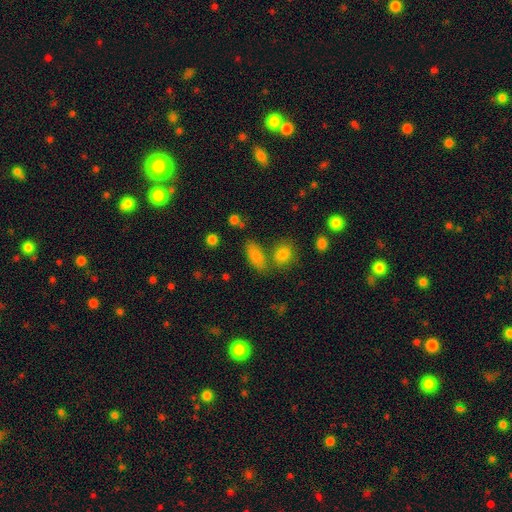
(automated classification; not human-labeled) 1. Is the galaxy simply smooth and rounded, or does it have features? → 83% smooth, 9% star or artifact, 7% featured or disk.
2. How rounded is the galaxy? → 81% in between, 13% cigar-shaped, 6% round.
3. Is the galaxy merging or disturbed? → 64% none, 18% merger, 13% minor disturbance, 5% major disturbance.